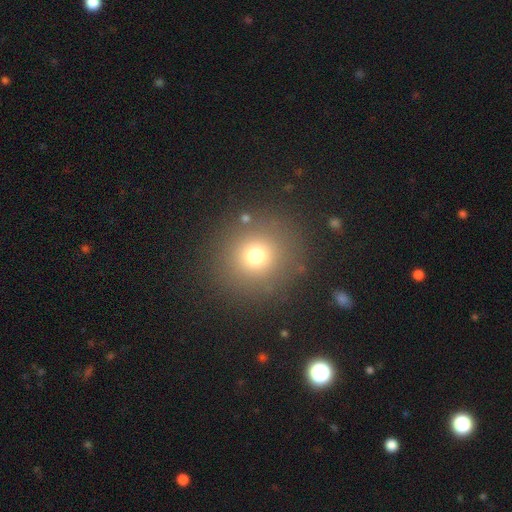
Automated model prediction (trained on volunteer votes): smooth_or_featured: smooth (p=0.72) [alt: star or artifact p=0.18]
how_rounded: round (p=0.93) [alt: in between p=0.06]
merging: none (p=0.87) [alt: minor disturbance p=0.07]